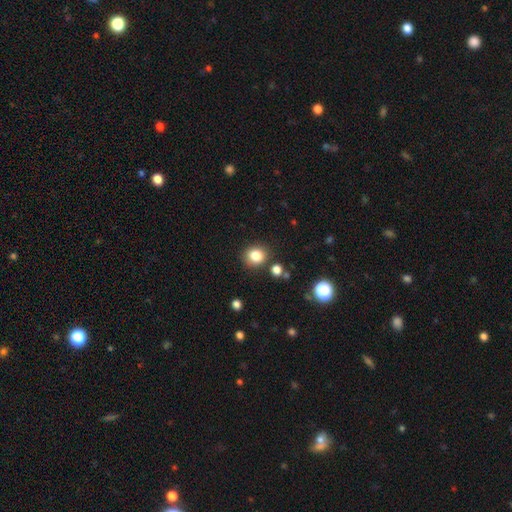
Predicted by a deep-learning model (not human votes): This appears to be a smooth galaxy with no disk features (84%) that is round (77%). Merging: none (82%).